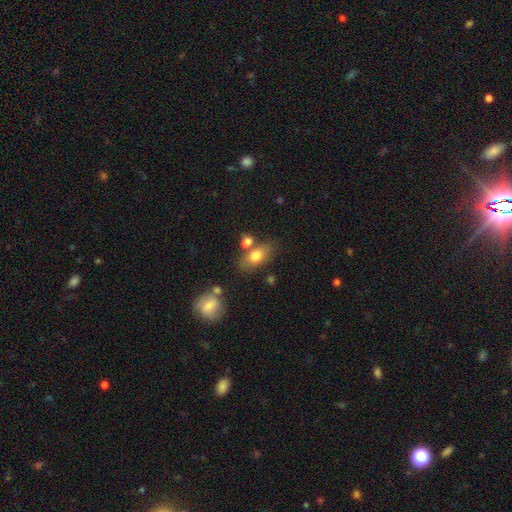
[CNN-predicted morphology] type=smooth (76%); roundness=in between (85%); merging=none (60%).